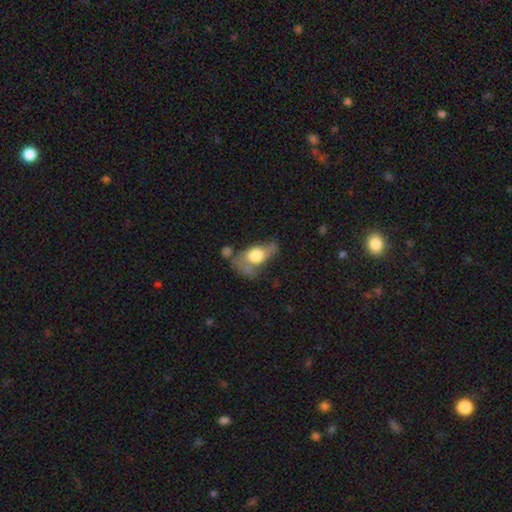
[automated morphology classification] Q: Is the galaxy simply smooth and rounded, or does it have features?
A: smooth — 52%.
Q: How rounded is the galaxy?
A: in between — 79%.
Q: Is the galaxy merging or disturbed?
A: none — 29%, tied with major disturbance and minor disturbance.